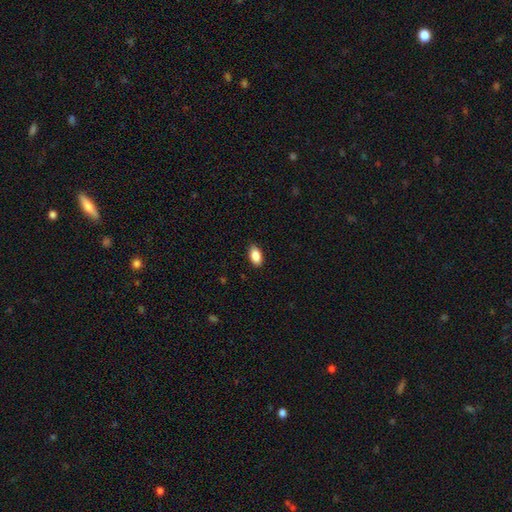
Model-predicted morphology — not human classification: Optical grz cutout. It shows a smooth galaxy with no disk features (88%) that is in between round and cigar-shaped (93%). Merging: none (89%).